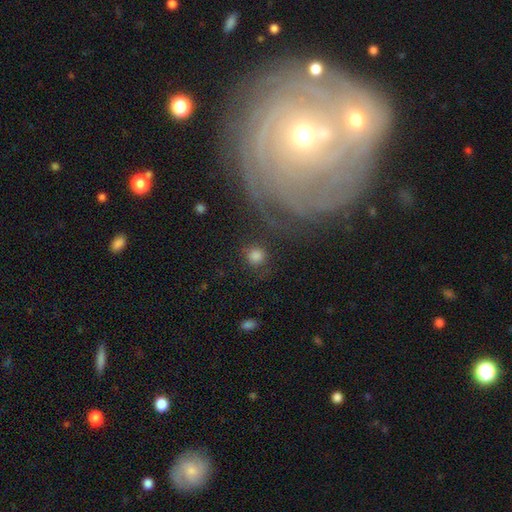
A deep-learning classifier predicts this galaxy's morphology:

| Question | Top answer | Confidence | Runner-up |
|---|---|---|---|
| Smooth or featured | smooth | 80% | star or artifact (12%) |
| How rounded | round | 93% | in between (6%) |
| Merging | none | 80% | minor disturbance (10%) |